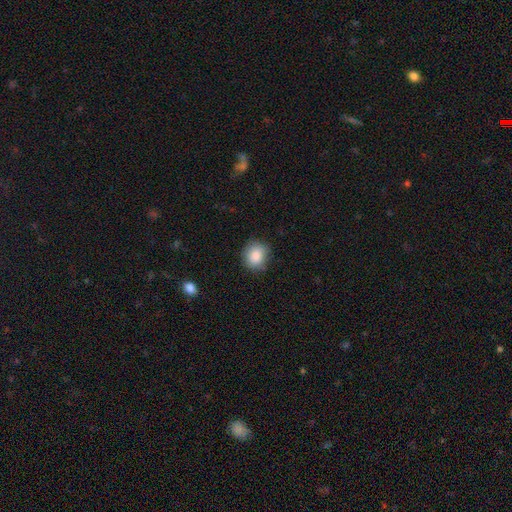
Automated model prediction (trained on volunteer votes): Smooth or featured? Predicted: smooth (p=0.86). How rounded? Predicted: round (p=0.73). Merging? Predicted: none (p=0.80).